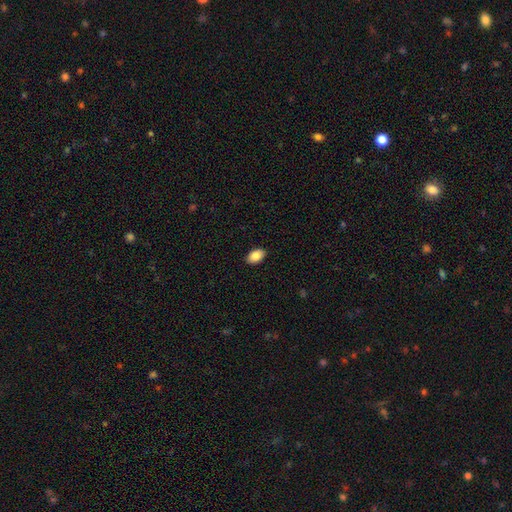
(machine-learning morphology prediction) This appears to be a smooth galaxy with no disk features (87%) that is in between round and cigar-shaped (92%). Merging: none (89%).